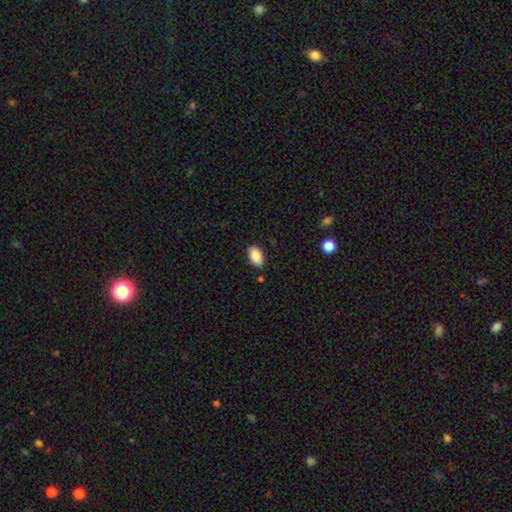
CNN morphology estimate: This appears to be a smooth galaxy with no disk features (88%) that is in between round and cigar-shaped (94%). Merging: none (84%).